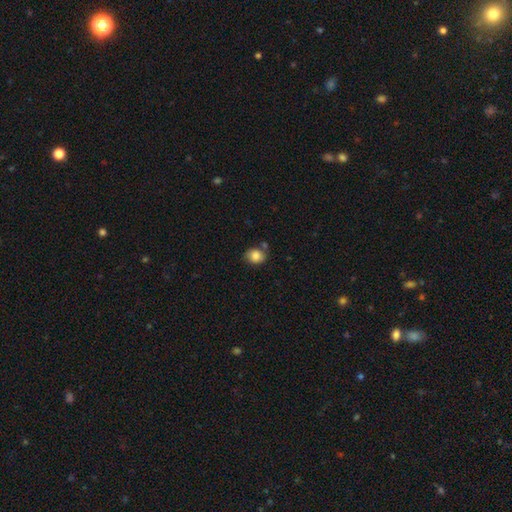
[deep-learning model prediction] smooth_or_featured: smooth (p=0.84) [alt: star or artifact p=0.09]
how_rounded: round (p=0.61) [alt: in between p=0.38]
merging: none (p=0.69) [alt: minor disturbance p=0.16]